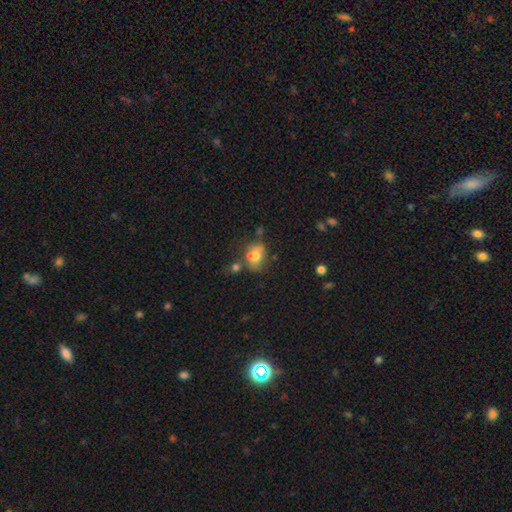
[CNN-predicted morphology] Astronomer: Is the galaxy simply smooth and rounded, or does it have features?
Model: smooth — 63%.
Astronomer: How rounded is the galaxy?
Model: in between — 63%.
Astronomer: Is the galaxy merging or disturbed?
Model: none — 37% (runner-up: merger, 34%).